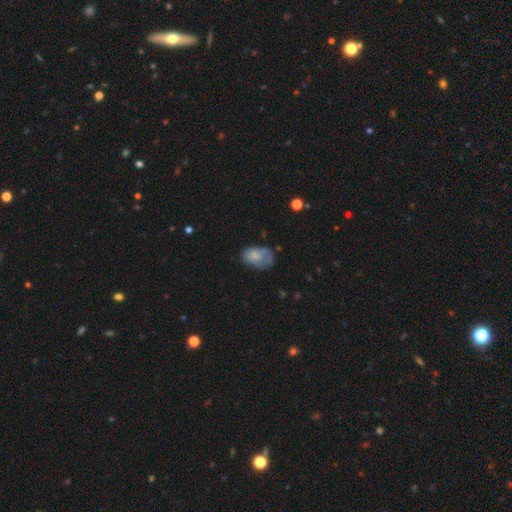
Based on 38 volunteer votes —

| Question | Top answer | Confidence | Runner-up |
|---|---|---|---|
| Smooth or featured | smooth | 66% | featured or disk (29%) |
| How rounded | in between | 88% | round (12%) |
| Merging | minor disturbance | 36% | none (31%) |